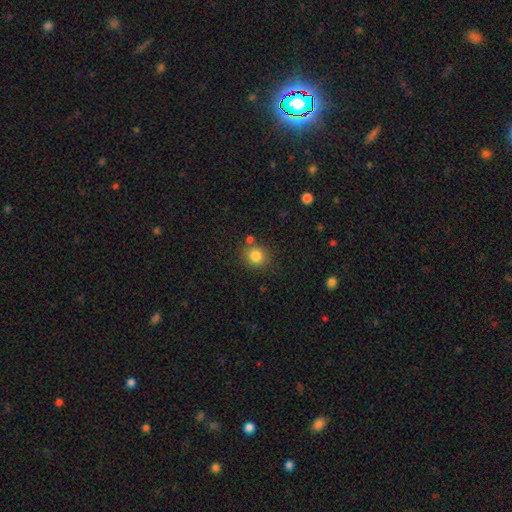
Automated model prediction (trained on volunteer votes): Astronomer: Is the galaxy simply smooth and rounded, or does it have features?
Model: smooth — 83%.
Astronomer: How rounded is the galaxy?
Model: round — 82%.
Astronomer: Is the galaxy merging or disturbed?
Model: none — 76%.